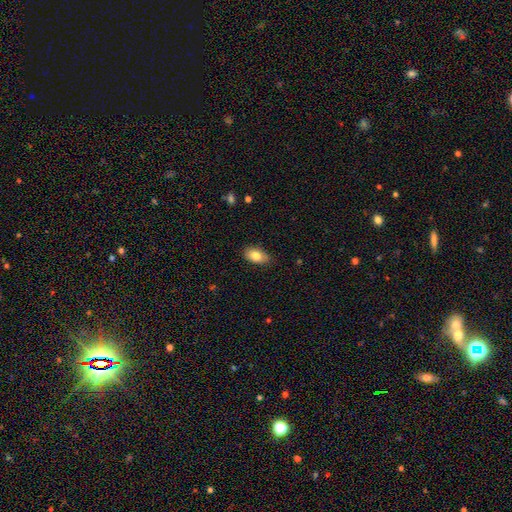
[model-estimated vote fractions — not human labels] Smooth or featured? smooth (83%)
How rounded? in between (91%)
Merging? none (81%)